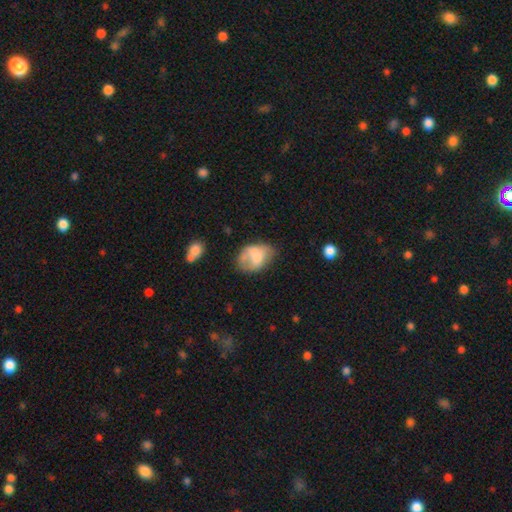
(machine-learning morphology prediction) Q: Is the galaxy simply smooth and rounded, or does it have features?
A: smooth — 67%.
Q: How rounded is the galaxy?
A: in between — 77%.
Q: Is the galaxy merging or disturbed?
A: none — 39%.